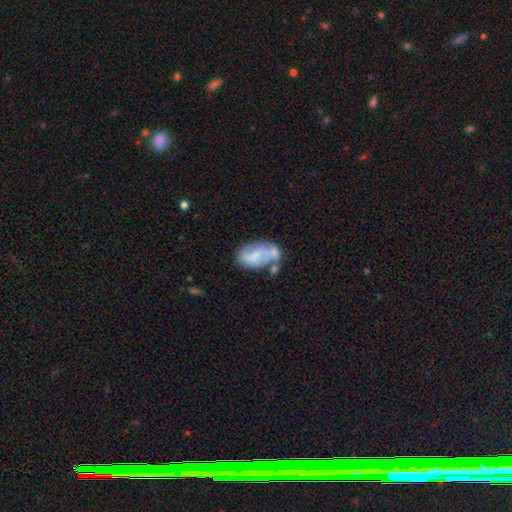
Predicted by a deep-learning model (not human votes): This appears to be a smooth galaxy with no disk features (48%). Merging: none (31%).